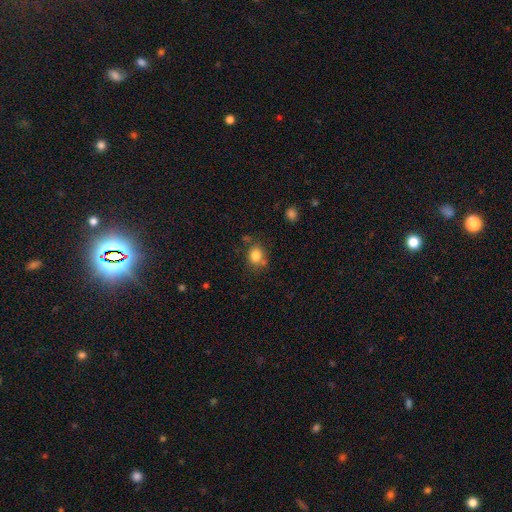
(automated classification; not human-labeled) Smooth or featured? Predicted: smooth (p=0.82). How rounded? Predicted: round (p=0.63). Merging? Predicted: none (p=0.66).